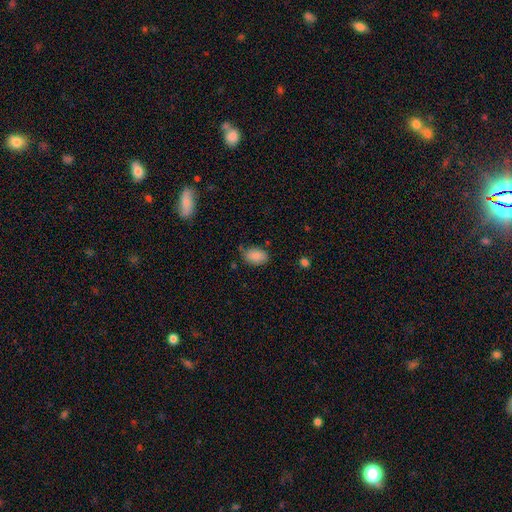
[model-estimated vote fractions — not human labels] smooth 86%, star or artifact 8%, featured or disk 6%. Down the decision tree: how rounded — in between (87%); merging — none (68%).